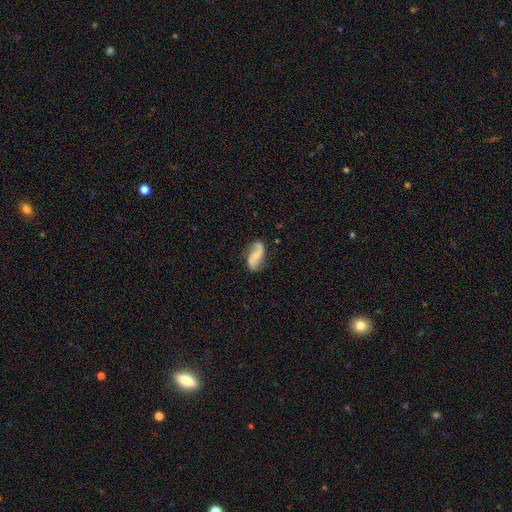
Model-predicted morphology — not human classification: A featured or disk galaxy (72%) with no bar (47%), 2 (90%) loose (67%) spiral arms (94%) and a small central bulge (40%).

Vote fractions:
- Smooth or featured? featured or disk: 72% / smooth: 21% / star or artifact: 7%
- Edge-on disk? no: 97% / yes: 3%
- Bar? no: 47% / weak: 37% / strong: 17%
- Spiral arms? yes: 94% / no: 6%
- Spiral winding? loose: 67% / medium: 25% / tight: 8%
- Spiral arm count? 2: 90% / 1: 4% / can't tell: 3% / 3: 1% / 4: 1% / more than 4: 1%
- Bulge size? small: 40% / none: 38% / moderate: 18% / large: 3% / dominant: 1%
- Merging? none: 72% / minor disturbance: 19% / major disturbance: 7% / merger: 2%